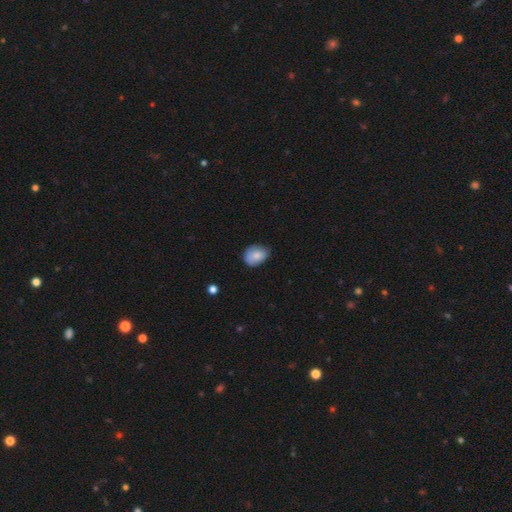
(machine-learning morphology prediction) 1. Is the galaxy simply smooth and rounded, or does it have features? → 81% smooth, 11% featured or disk, 8% star or artifact.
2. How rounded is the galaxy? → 67% in between, 32% round, 1% cigar-shaped.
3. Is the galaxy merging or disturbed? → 65% none, 29% minor disturbance, 5% major disturbance, 1% merger.